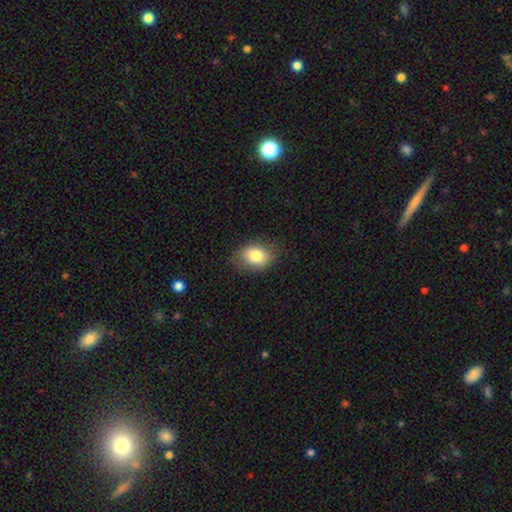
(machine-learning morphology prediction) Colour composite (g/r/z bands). It shows a smooth galaxy with no disk features (81%) that is in between round and cigar-shaped (75%). Merging: none (79%).